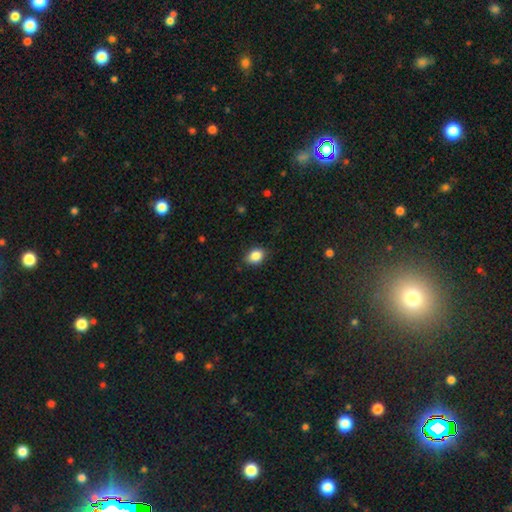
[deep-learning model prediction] Overall: smooth (86%). How rounded: in between (66%; round 33%). Merging: none (80%).